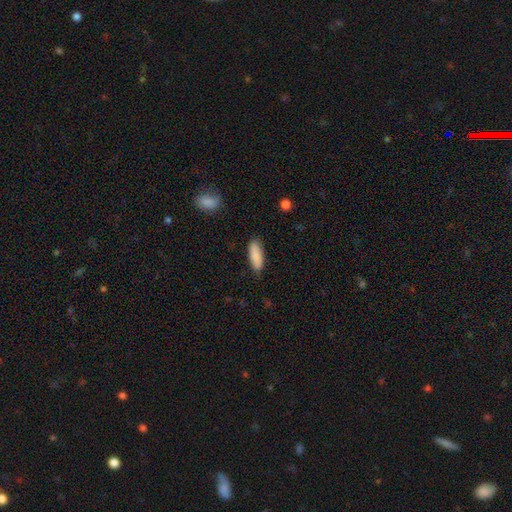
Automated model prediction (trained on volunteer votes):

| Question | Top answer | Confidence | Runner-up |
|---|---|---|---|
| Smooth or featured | smooth | 87% | featured or disk (7%) |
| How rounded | in between | 62% | cigar-shaped (36%) |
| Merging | none | 85% | minor disturbance (11%) |